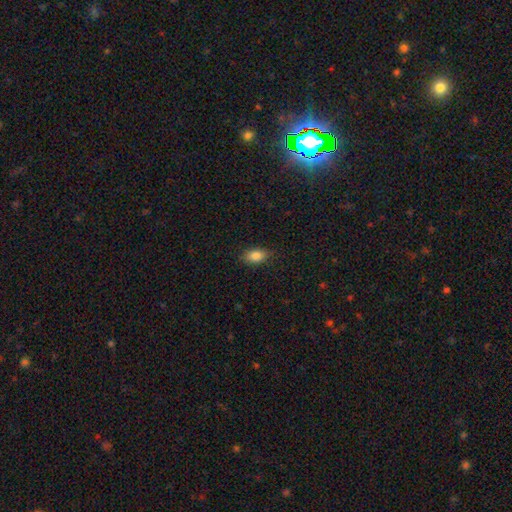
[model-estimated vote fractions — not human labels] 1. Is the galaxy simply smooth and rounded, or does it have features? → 86% smooth, 9% star or artifact, 6% featured or disk.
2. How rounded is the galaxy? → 86% in between, 12% round, 3% cigar-shaped.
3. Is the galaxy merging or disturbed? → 84% none, 13% minor disturbance, 3% major disturbance, 1% merger.